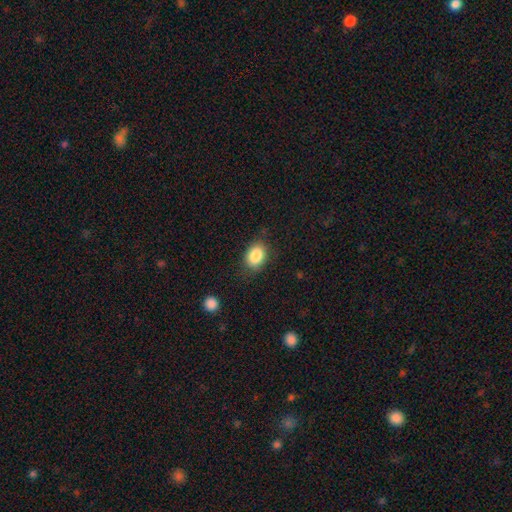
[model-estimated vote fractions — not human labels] smooth_or_featured: smooth (p=0.86) [alt: star or artifact p=0.08]
how_rounded: in between (p=0.74) [alt: round p=0.25]
merging: none (p=0.80) [alt: minor disturbance p=0.15]